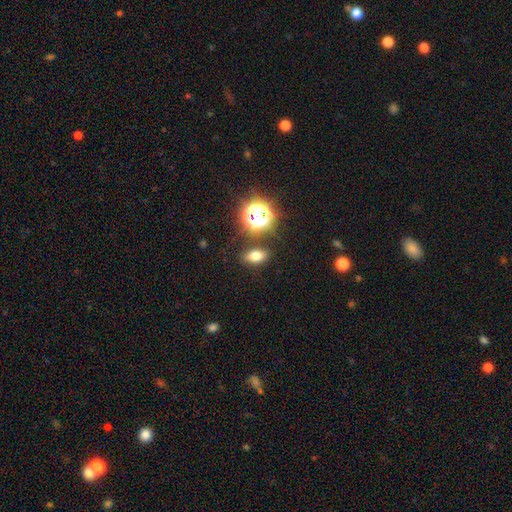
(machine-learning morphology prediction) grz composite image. It shows a smooth galaxy with no disk features (66%) that is in between round and cigar-shaped (78%). Merging: none (85%).